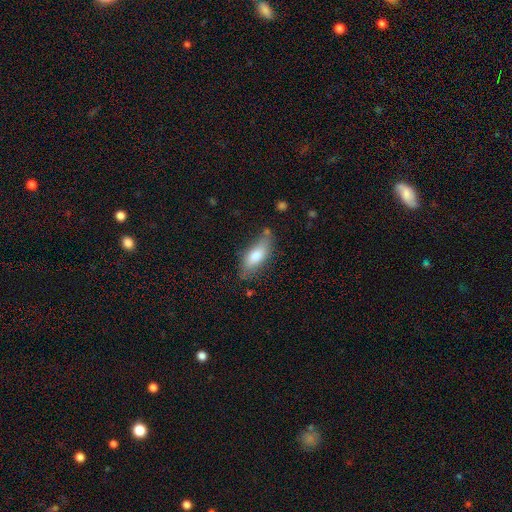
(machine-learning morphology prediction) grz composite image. It shows a smooth galaxy with no disk features (76%) that is in between round and cigar-shaped (73%). Merging: none (69%).